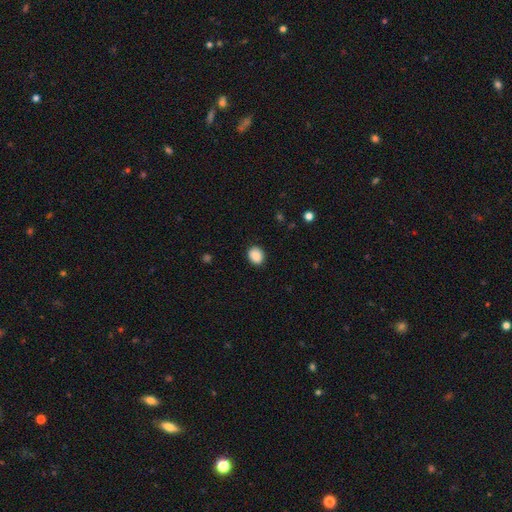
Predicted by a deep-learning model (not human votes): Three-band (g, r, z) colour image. It shows a smooth galaxy with no disk features (88%) that is round (62%). Merging: none (87%).